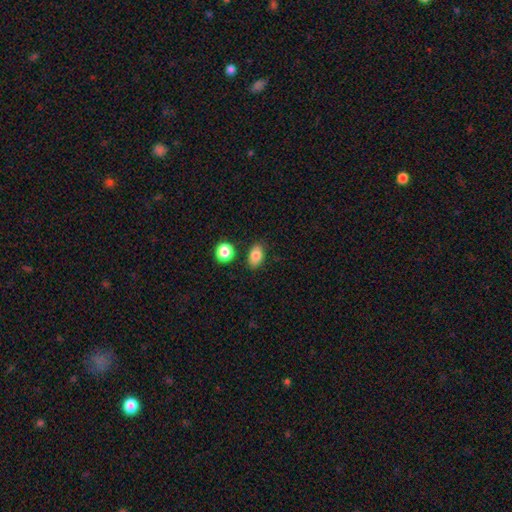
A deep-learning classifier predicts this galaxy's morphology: Overall: smooth (84%). How rounded: in between (84%). Merging: none (82%).